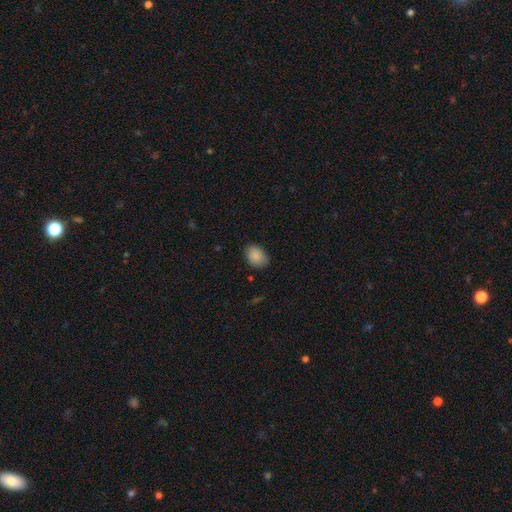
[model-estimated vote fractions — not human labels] Smooth or featured? Predicted: smooth (p=0.88). How rounded? Predicted: in between (p=0.74). Merging? Predicted: none (p=0.82).